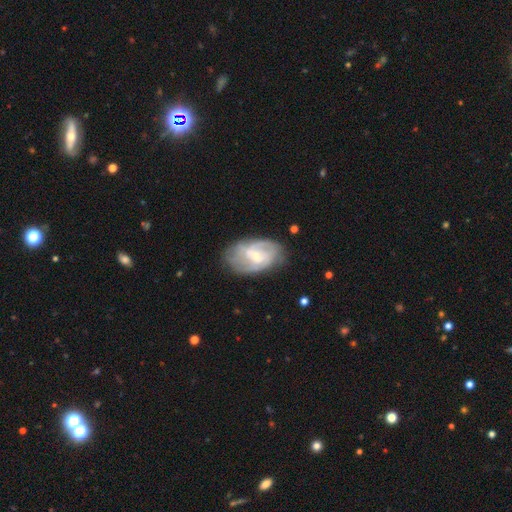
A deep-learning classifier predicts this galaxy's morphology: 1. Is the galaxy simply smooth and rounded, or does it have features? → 80% featured or disk, 15% smooth, 5% star or artifact.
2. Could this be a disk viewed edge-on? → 97% no, 3% yes.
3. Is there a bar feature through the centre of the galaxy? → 49% weak, 38% no, 13% strong.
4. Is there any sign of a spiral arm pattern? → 91% yes, 9% no.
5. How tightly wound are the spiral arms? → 43% tight, 42% medium, 15% loose.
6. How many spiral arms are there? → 51% 2, 26% can't tell, 12% 3, 4% 1, 4% 4, 3% more than 4.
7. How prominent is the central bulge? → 65% small, 32% moderate, 2% none, 1% large, 1% dominant.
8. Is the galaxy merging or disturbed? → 69% none, 21% minor disturbance, 8% major disturbance, 2% merger.